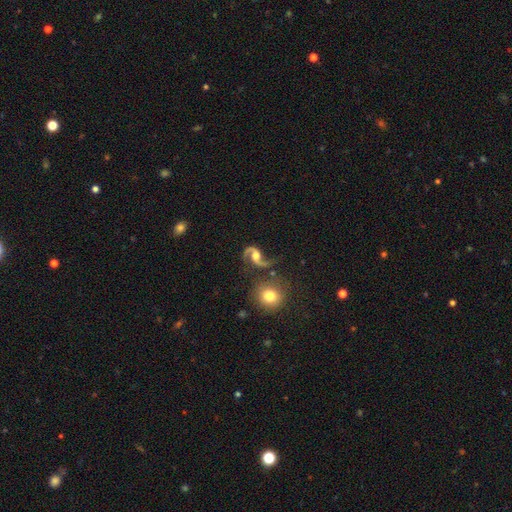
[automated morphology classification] This appears to be a featured or disk galaxy (90%) with no bar (51%), 2 (93%) loose (74%) spiral arms (97%) and a moderate central bulge (60%). Merging: none (67%).